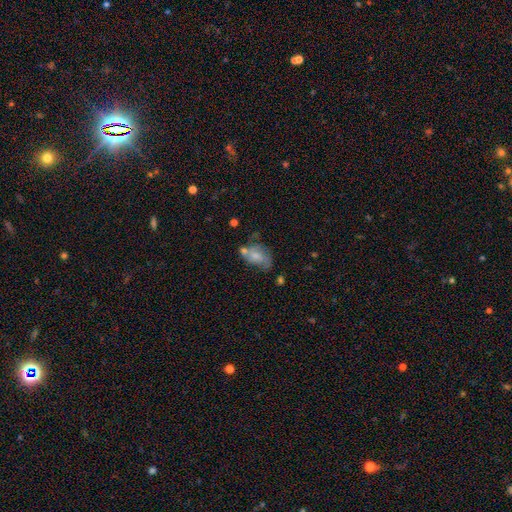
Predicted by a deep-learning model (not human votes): Smooth or featured? smooth (49%)
Merging? none (35%)